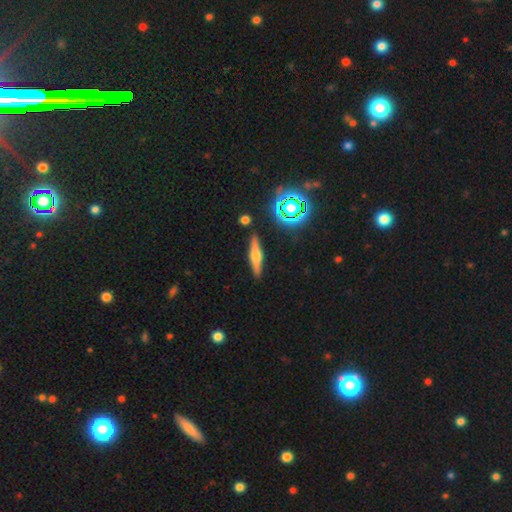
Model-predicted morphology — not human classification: Q: Smooth or featured?
A: featured or disk (57%); runner-up: smooth (32%)
Q: Edge-on disk?
A: yes (95%); runner-up: no (5%)
Q: Edge-on bulge?
A: rounded (88%); runner-up: boxy (8%)
Q: Merging?
A: none (88%); runner-up: minor disturbance (8%)